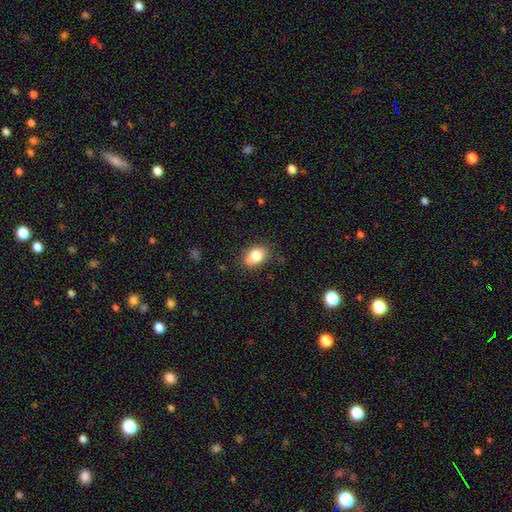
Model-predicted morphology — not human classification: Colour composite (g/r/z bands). It shows a smooth galaxy with no disk features (82%) that is in between round and cigar-shaped (75%). Merging: none (83%).